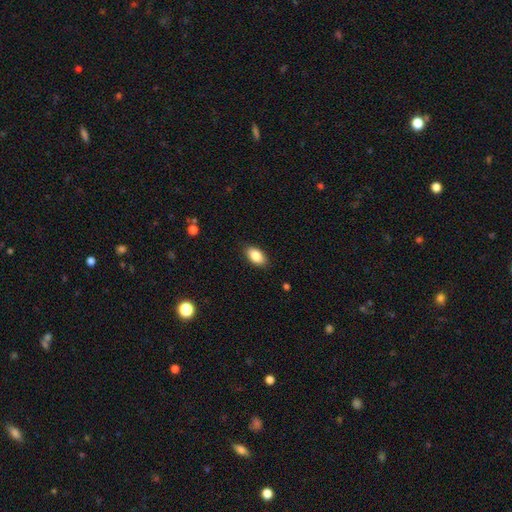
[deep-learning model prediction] The model was most divided on "merging": none: 88%, minor disturbance: 9%, major disturbance: 2%, merger: 1%. More confident: how rounded — in between (93%); smooth or featured — smooth (87%).